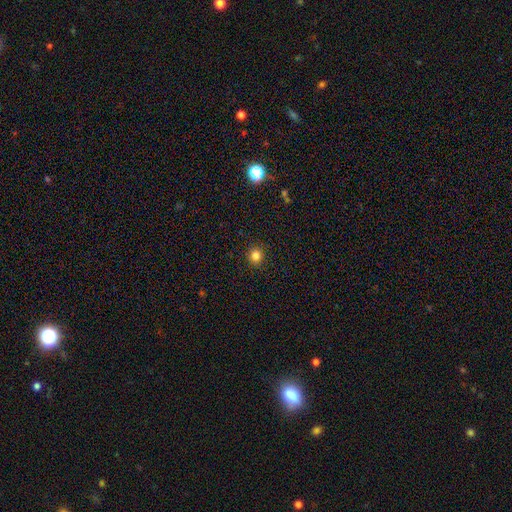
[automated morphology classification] Smooth or featured: smooth — 83% (star or artifact — 13%)
How rounded: round — 92% (in between — 7%)
Merging: none — 92% (minor disturbance — 6%)